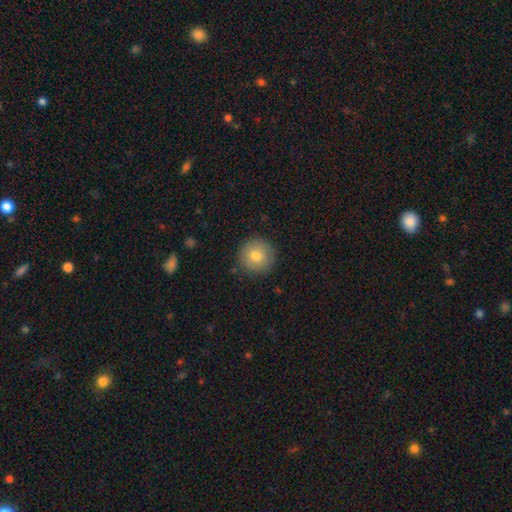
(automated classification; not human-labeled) Smooth or featured?
  - smooth: 78% *
  - featured or disk: 13%
  - star or artifact: 9%
How rounded?
  - round: 95% *
  - in between: 4%
  - cigar-shaped: 1%
Merging?
  - none: 89% *
  - minor disturbance: 8%
  - major disturbance: 2%
  - merger: 1%